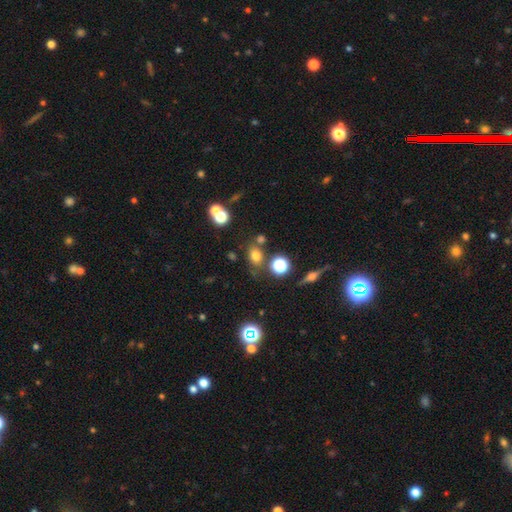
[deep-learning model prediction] Smooth or featured? Predicted: smooth (p=0.71). How rounded? Predicted: in between (p=0.52). Merging? Predicted: none (p=0.70).